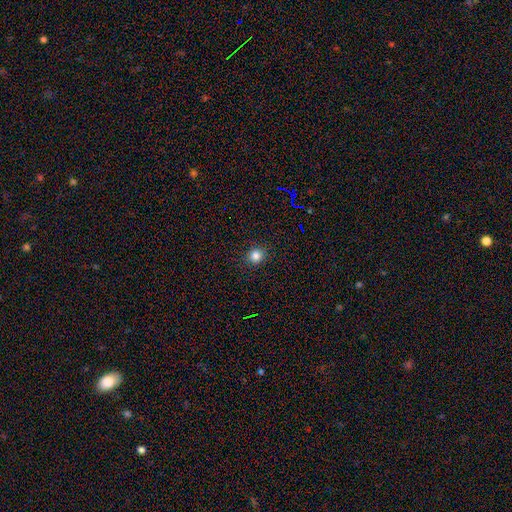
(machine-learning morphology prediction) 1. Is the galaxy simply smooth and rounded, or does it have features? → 82% smooth, 14% star or artifact, 5% featured or disk.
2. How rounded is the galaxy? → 91% round, 8% in between, 1% cigar-shaped.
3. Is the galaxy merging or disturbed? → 91% none, 6% minor disturbance, 2% major disturbance, 1% merger.